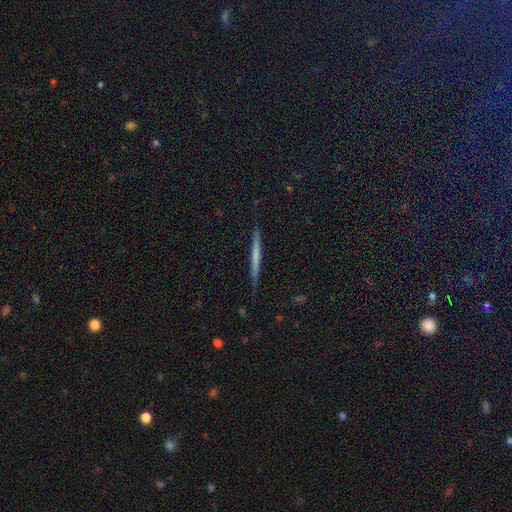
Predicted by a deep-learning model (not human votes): Smooth or featured? smooth (51%)
How rounded? cigar-shaped (96%)
Merging? none (88%)